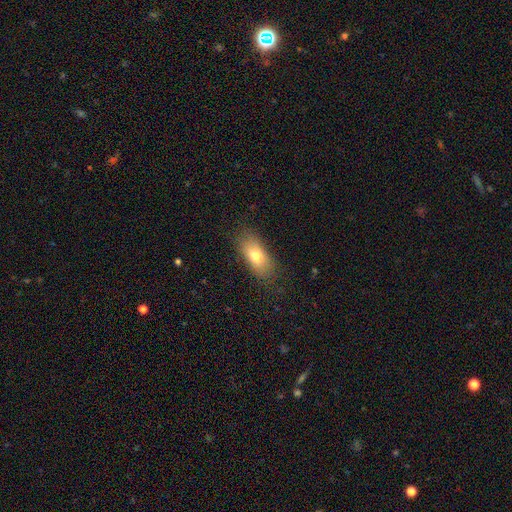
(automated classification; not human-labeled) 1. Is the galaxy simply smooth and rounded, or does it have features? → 74% smooth, 18% featured or disk, 8% star or artifact.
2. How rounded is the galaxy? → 84% in between, 11% cigar-shaped, 5% round.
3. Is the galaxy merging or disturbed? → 79% none, 15% minor disturbance, 5% major disturbance, 1% merger.